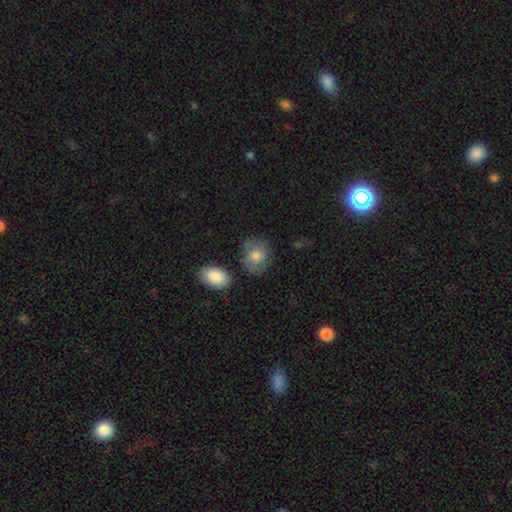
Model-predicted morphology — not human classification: The model was most divided on "how rounded": round: 53%, in between: 46%, cigar-shaped: 1%. More confident: merging — none (69%); smooth or featured — smooth (69%).